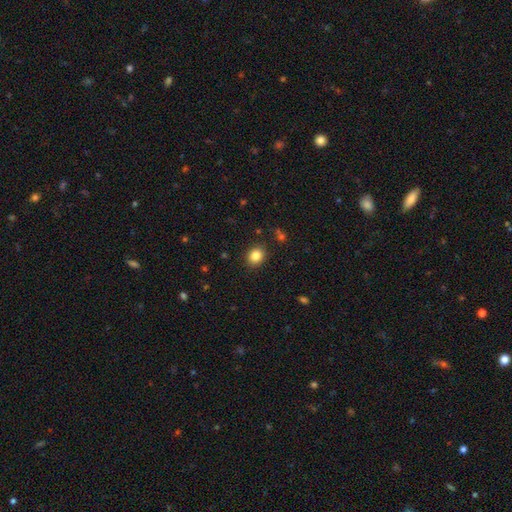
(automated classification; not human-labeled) This appears to be a smooth galaxy with no disk features (84%) that is round (65%). Merging: none (89%).